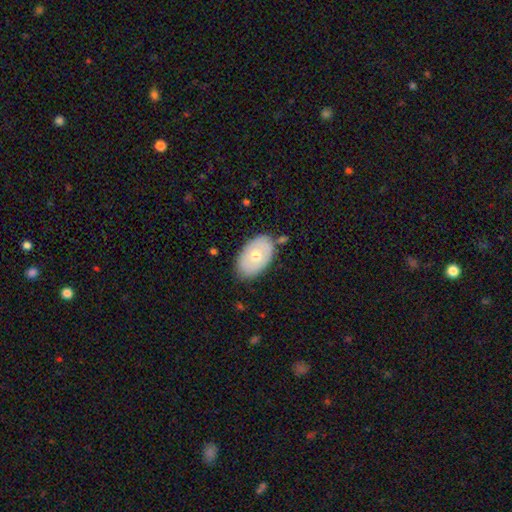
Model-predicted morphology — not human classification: smooth 60%, featured or disk 35%, star or artifact 6%. Down the decision tree: how rounded — in between (90%); merging — none (79%).